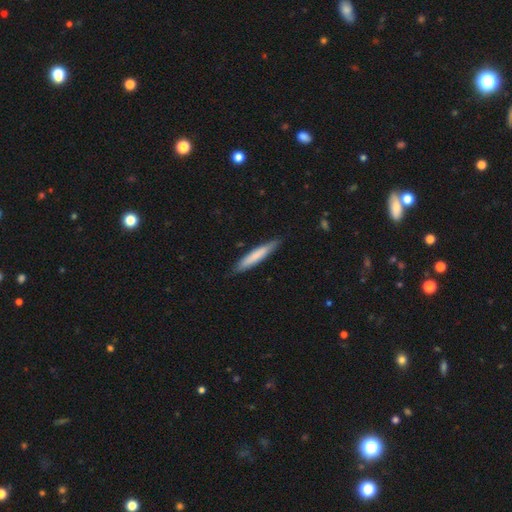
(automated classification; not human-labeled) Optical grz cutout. It shows a smooth galaxy with no disk features (74%) that is cigar-shaped (93%). Merging: none (85%).